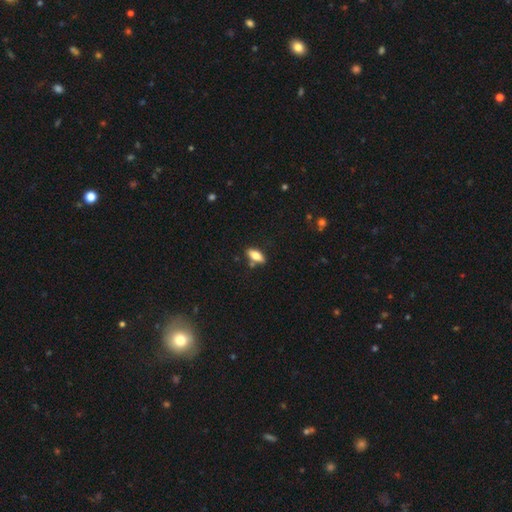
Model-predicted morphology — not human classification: A smooth galaxy with no disk features (75%) that is in between round and cigar-shaped (79%). Merging: none (78%).